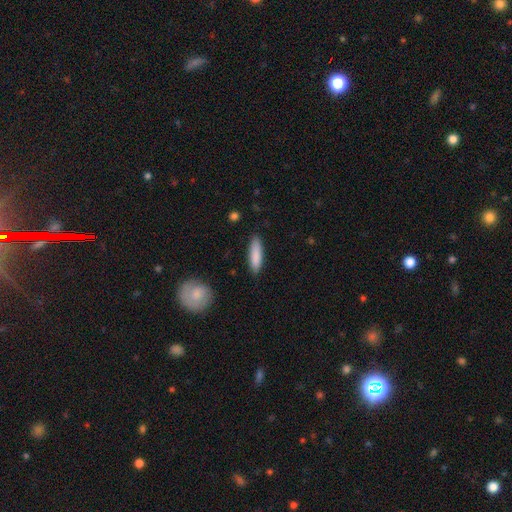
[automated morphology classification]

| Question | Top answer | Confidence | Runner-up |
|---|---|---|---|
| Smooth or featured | smooth | 86% | featured or disk (8%) |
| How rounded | cigar-shaped | 65% | in between (33%) |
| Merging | none | 87% | minor disturbance (10%) |